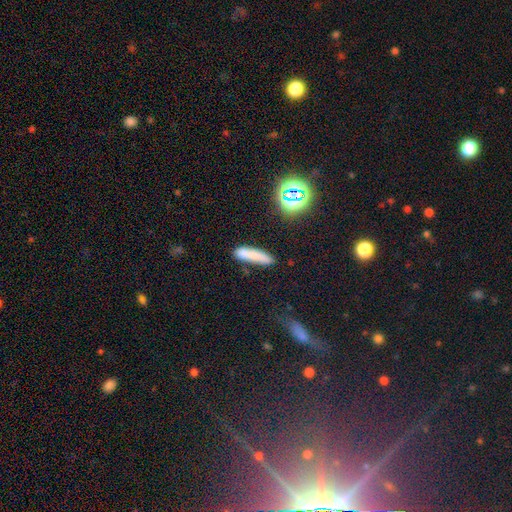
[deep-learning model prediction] This appears to be a smooth galaxy with no disk features (76%) that is cigar-shaped (78%). Merging: none (74%).